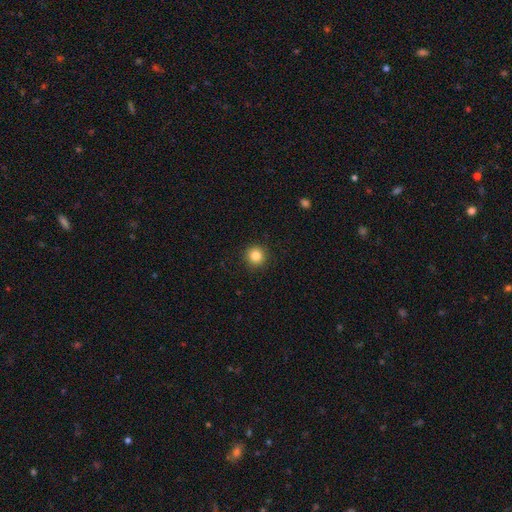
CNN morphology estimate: This is clearly a smooth galaxy (84%). How rounded: clearly round (94%). Merging: clearly none (92%).